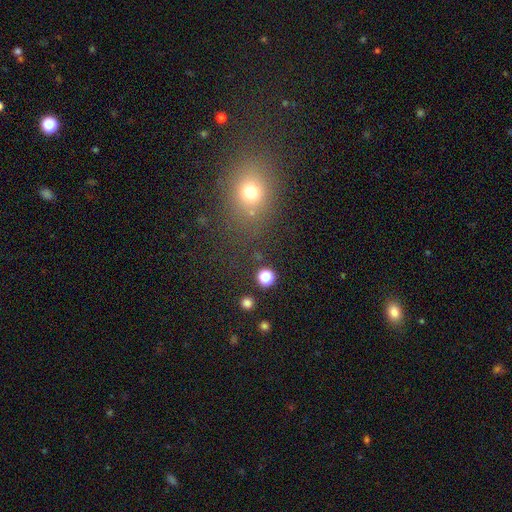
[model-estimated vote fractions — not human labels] A smooth galaxy with no disk features (59%) that is round (51%). Merging: none (81%).